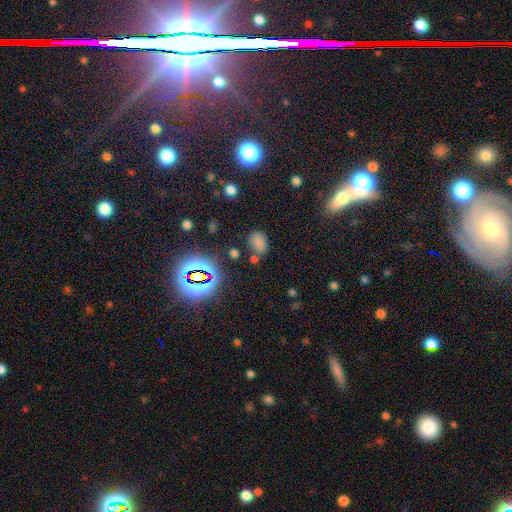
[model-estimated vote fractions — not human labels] Smooth or featured? smooth (45%, tied with star or artifact)
Merging? none (73%)